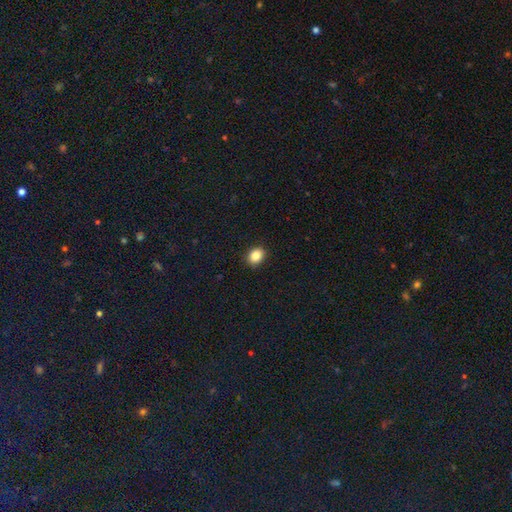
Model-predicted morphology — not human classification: smooth 86%, star or artifact 9%, featured or disk 5%. Down the decision tree: how rounded — in between (54%); merging — none (91%).